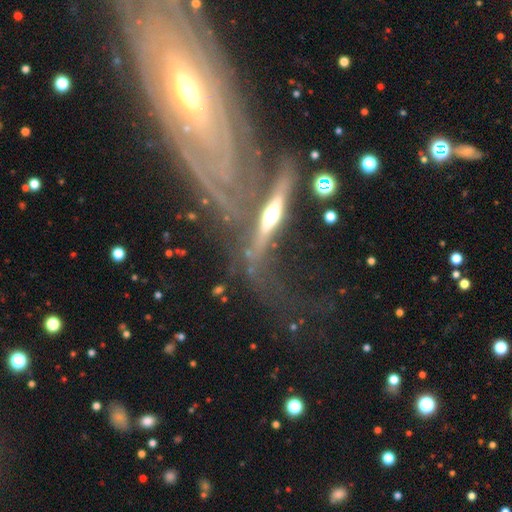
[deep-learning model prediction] This is likely a featured or disk galaxy (73%). It is possibly not viewed edge-on (56%). Merging: marginally none (41%).